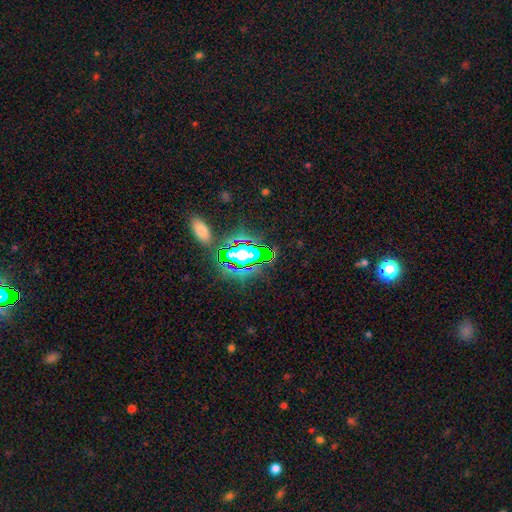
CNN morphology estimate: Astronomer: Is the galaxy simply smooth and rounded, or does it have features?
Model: star or artifact — 76%.